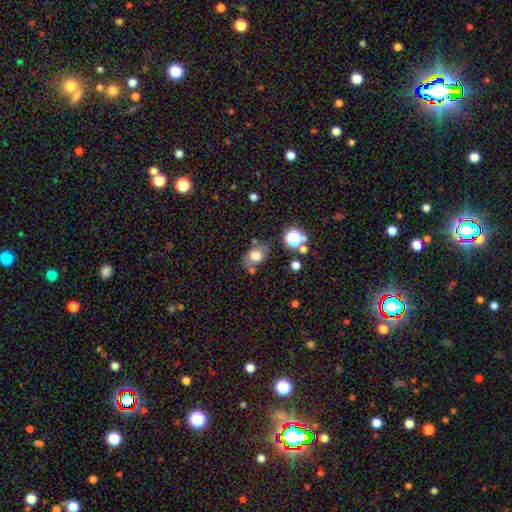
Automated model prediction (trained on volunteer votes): This is likely a smooth galaxy (69%). How rounded: likely in between (75%). Merging: likely none (63%).